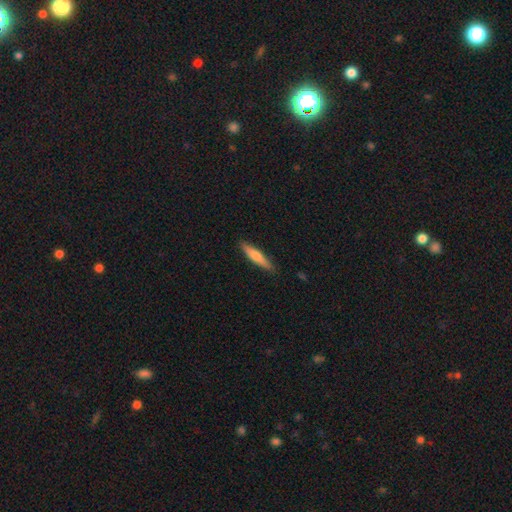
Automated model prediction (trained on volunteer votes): A smooth galaxy with no disk features (67%) that is cigar-shaped (85%).

Vote fractions:
- Smooth or featured? smooth: 67% / featured or disk: 27% / star or artifact: 6%
- How rounded? cigar-shaped: 85% / in between: 13% / round: 1%
- Merging? none: 88% / minor disturbance: 10% / major disturbance: 2% / merger: 1%